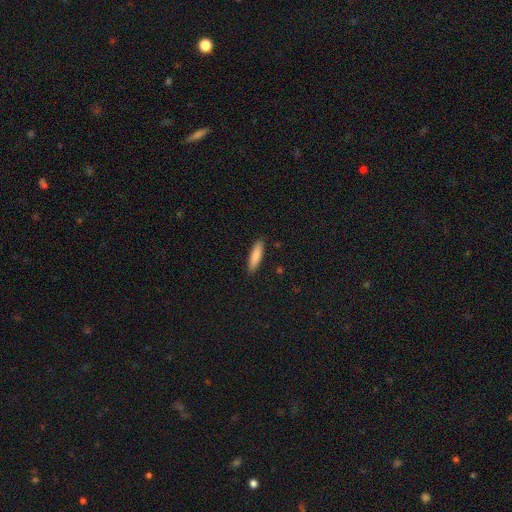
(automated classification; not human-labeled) A smooth galaxy with no disk features (85%) that is cigar-shaped (66%). Merging: none (89%).